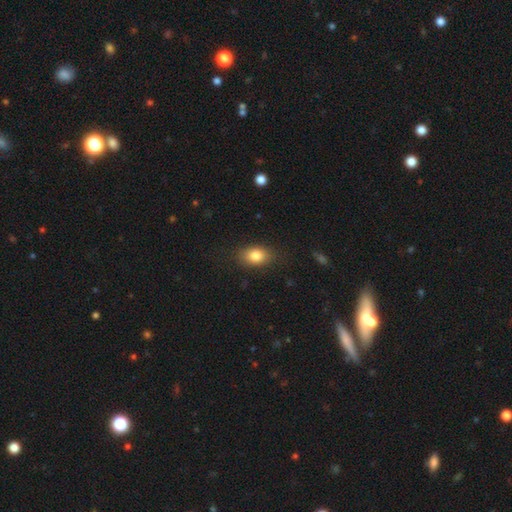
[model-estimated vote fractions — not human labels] smooth-or-featured: smooth: 83% | star or artifact: 9% | featured or disk: 9%
  how-rounded: in between: 80% | round: 18% | cigar-shaped: 2%
  merging: none: 83% | minor disturbance: 13% | major disturbance: 3% | merger: 1%